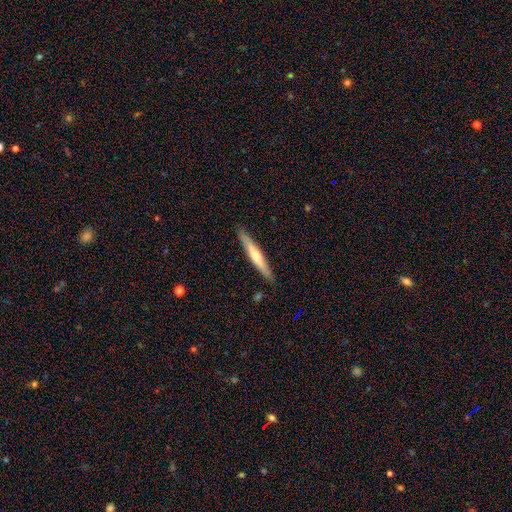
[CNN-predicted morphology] Smooth or featured: featured or disk — 53% (smooth — 41%)
Edge-on disk: yes — 93% (no — 7%)
Merging: none — 89% (minor disturbance — 9%)